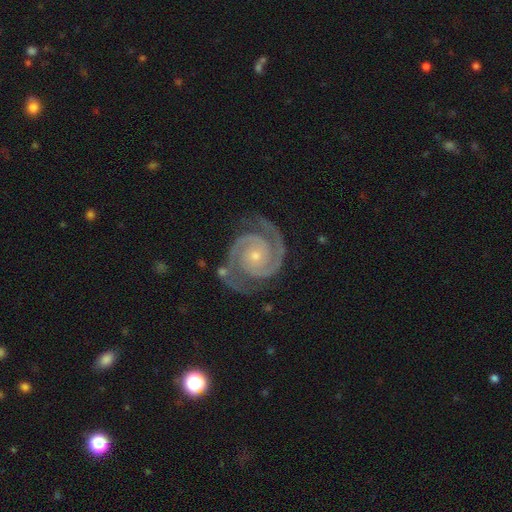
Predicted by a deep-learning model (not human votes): This appears to be a featured or disk galaxy (93%) with no bar (77%), 2 (93%) tight (70%) spiral arms (99%) and a small central bulge (73%). Merging: none (81%).